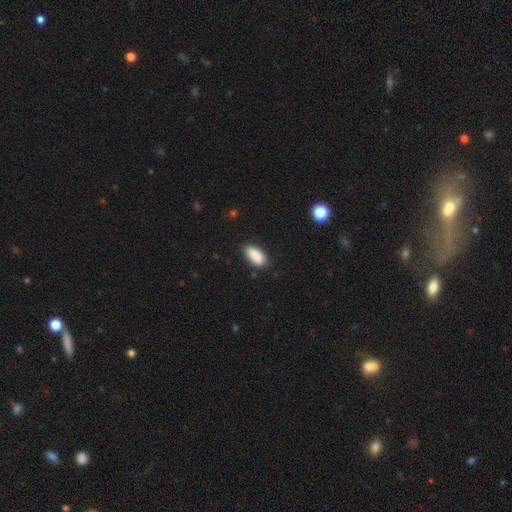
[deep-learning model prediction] A smooth galaxy with no disk features (89%) that is in between round and cigar-shaped (90%). Merging: none (80%).